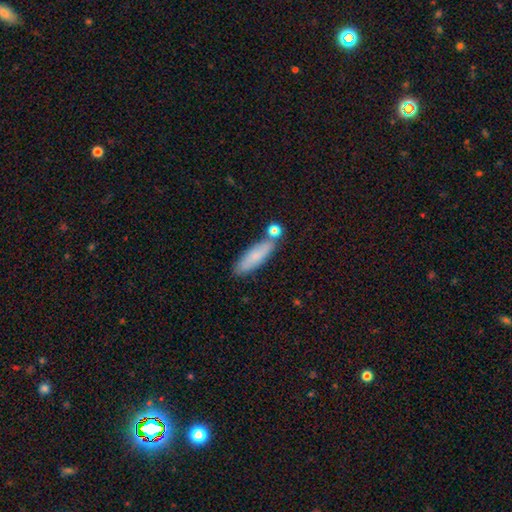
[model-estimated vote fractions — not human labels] Smooth or featured?
  - smooth: 77% *
  - featured or disk: 16%
  - star or artifact: 7%
How rounded?
  - cigar-shaped: 59% *
  - in between: 39%
  - round: 2%
Merging?
  - none: 71% *
  - minor disturbance: 14%
  - merger: 11%
  - major disturbance: 3%